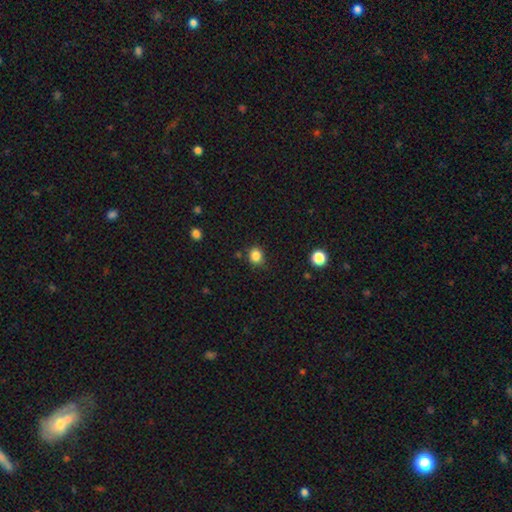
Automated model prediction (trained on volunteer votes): This appears to be a smooth galaxy with no disk features (85%) that is round (77%). Merging: none (81%).